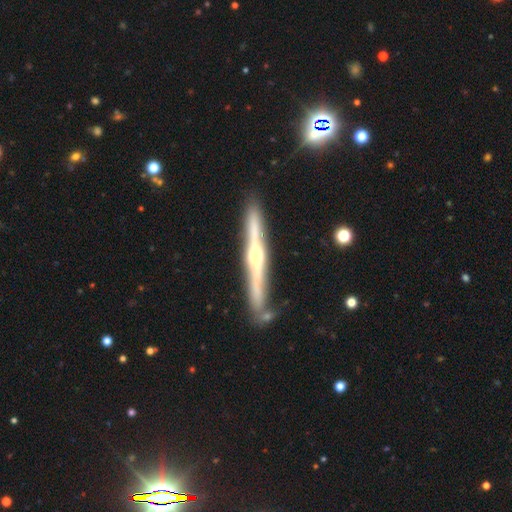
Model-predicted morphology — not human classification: Smooth or featured? Predicted: featured or disk (p=0.79). Edge-on disk? Predicted: yes (p=0.98). Edge-on bulge? Predicted: rounded (p=0.83). Merging? Predicted: none (p=0.84).